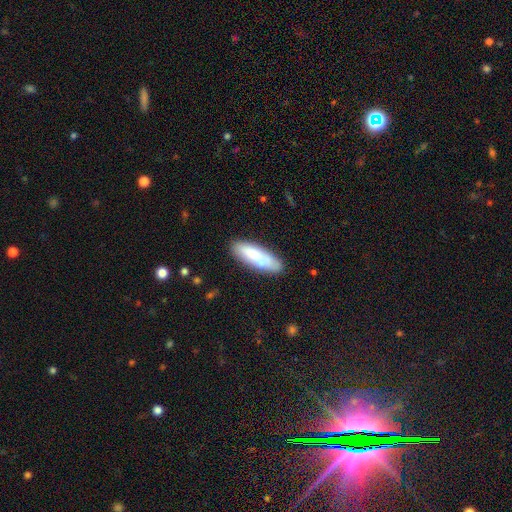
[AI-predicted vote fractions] Q: Smooth or featured?
A: smooth (78%); runner-up: featured or disk (16%)
Q: How rounded?
A: cigar-shaped (50%); runner-up: in between (49%)
Q: Merging?
A: none (80%); runner-up: minor disturbance (14%)